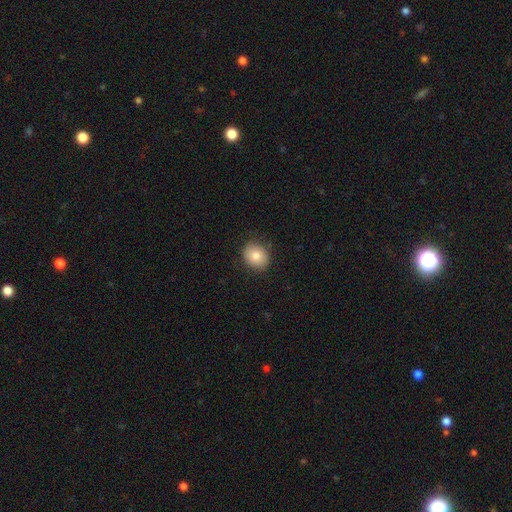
Q: Smooth or featured?
A: smooth (77%); runner-up: star or artifact (13%)
Q: How rounded?
A: round (53%); runner-up: in between (47%)
Q: Merging?
A: none (68%); runner-up: minor disturbance (15%)